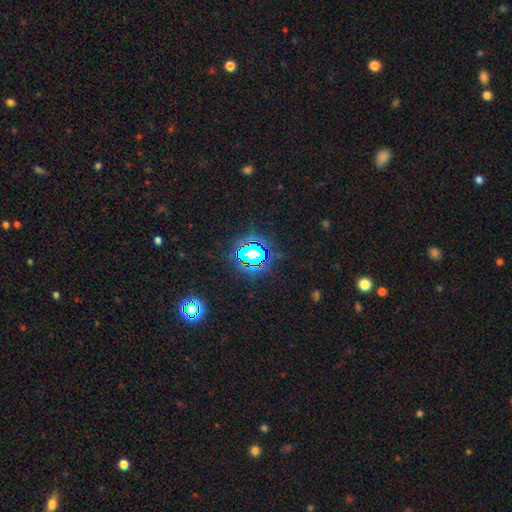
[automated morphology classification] Q: Smooth or featured?
A: star or artifact (78%); runner-up: smooth (14%)